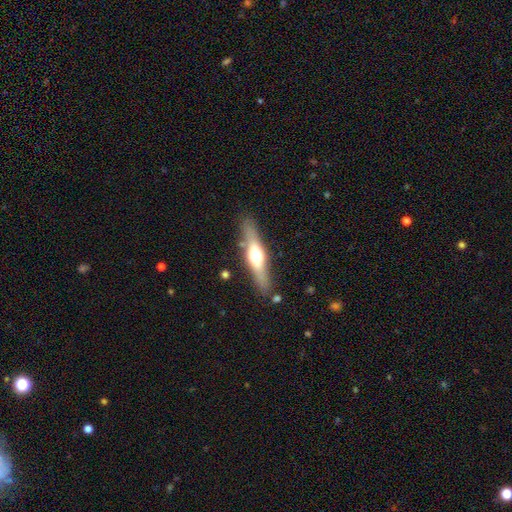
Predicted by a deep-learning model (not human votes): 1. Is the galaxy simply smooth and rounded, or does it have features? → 61% featured or disk, 34% smooth, 5% star or artifact.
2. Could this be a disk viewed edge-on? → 94% yes, 6% no.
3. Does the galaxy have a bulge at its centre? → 92% rounded, 5% boxy, 3% none.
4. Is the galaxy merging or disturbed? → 83% none, 11% minor disturbance, 3% merger, 3% major disturbance.